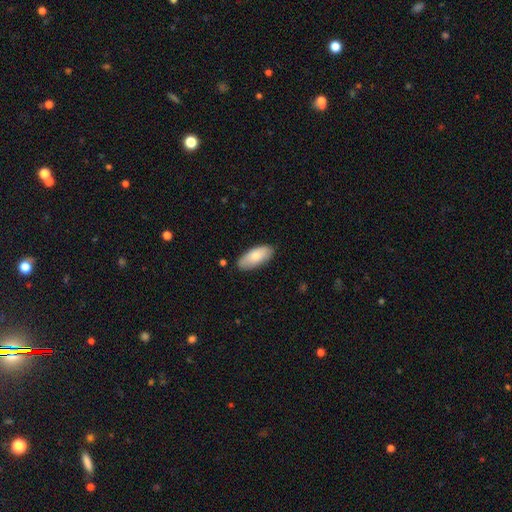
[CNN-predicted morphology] Q: Smooth or featured?
A: smooth (81%); runner-up: featured or disk (14%)
Q: How rounded?
A: in between (88%); runner-up: cigar-shaped (10%)
Q: Merging?
A: none (84%); runner-up: minor disturbance (12%)